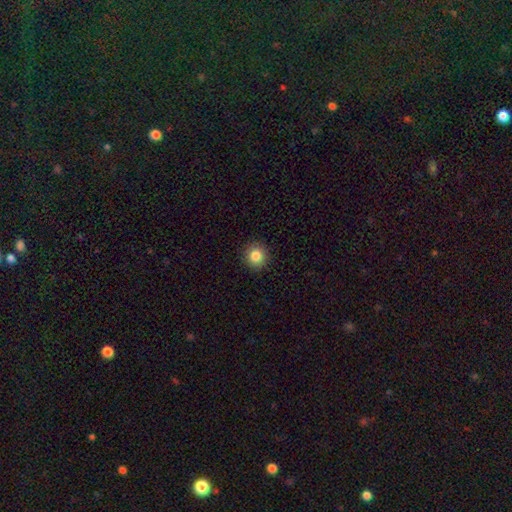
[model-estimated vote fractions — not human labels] Overall: smooth (84%). How rounded: round (91%). Merging: none (92%).